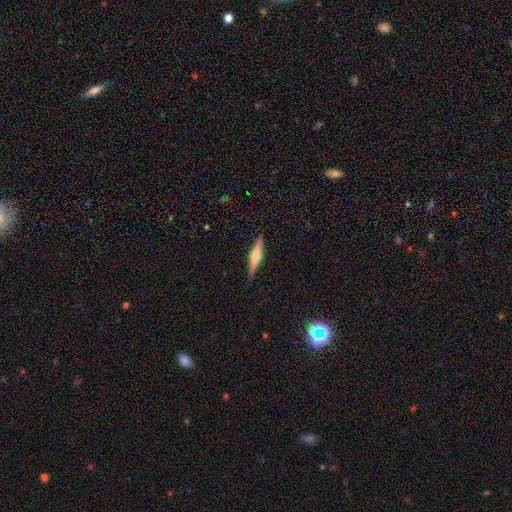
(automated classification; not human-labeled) This is likely a featured or disk galaxy (63%). It is clearly viewed edge-on (98%). Edge-on bulge: clearly rounded (88%). Merging: clearly none (90%).